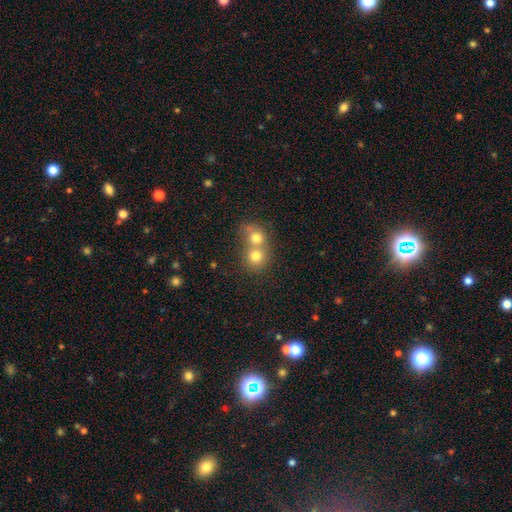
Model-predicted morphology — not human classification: smooth-or-featured: smooth: 73% | featured or disk: 14% | star or artifact: 13%
  how-rounded: round: 81% | in between: 18% | cigar-shaped: 1%
  merging: merger: 63% | none: 31% | minor disturbance: 4% | major disturbance: 2%